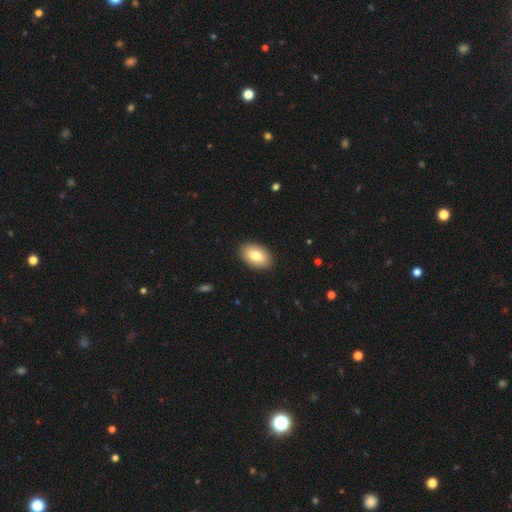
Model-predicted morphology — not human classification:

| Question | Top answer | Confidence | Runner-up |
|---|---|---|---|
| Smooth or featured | smooth | 79% | featured or disk (14%) |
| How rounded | in between | 91% | round (8%) |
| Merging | none | 90% | minor disturbance (7%) |